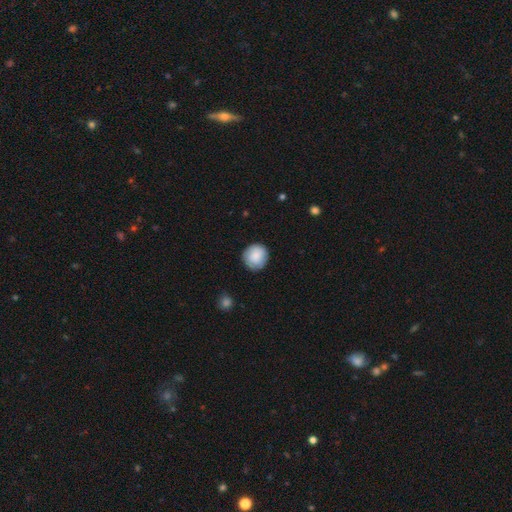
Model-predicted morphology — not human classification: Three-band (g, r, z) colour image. It shows a smooth galaxy with no disk features (84%) that is round (92%). Merging: none (85%).